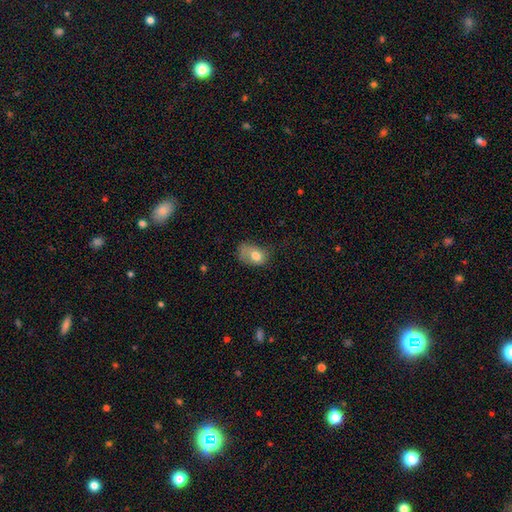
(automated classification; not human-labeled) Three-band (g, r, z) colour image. It shows a smooth galaxy with no disk features (74%) that is in between round and cigar-shaped (76%). Merging: minor disturbance (35%).